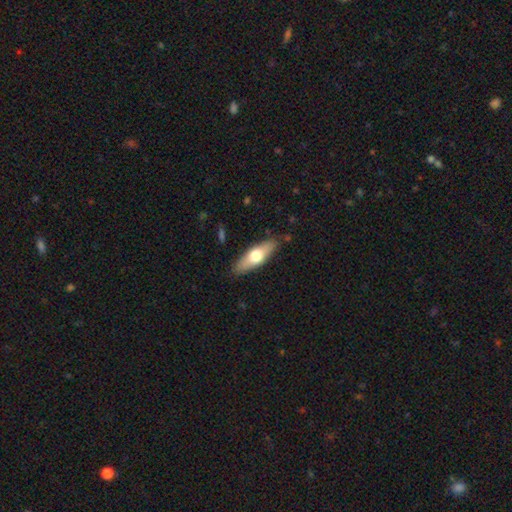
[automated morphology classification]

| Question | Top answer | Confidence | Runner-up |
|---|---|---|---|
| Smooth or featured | smooth | 59% | featured or disk (36%) |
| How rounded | in between | 56% | cigar-shaped (42%) |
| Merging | none | 86% | minor disturbance (10%) |